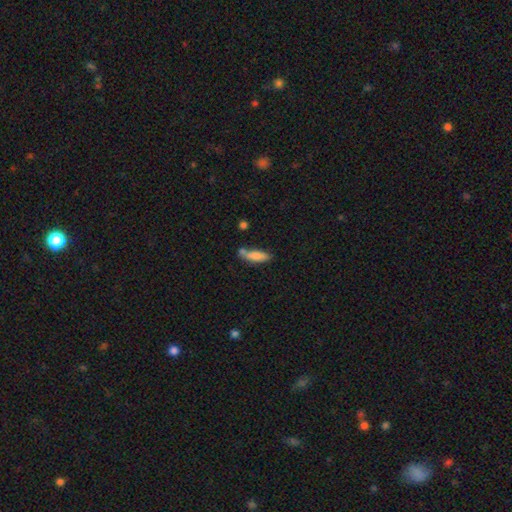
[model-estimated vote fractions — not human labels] Smooth or featured: smooth — 78% (featured or disk — 15%)
How rounded: cigar-shaped — 56% (in between — 42%)
Merging: none — 55% (minor disturbance — 21%)